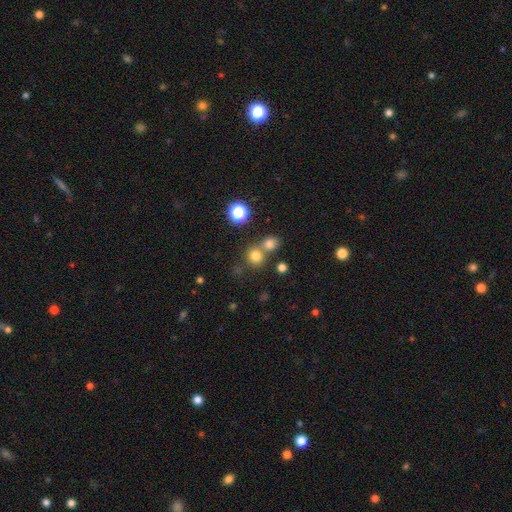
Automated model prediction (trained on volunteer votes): smooth_or_featured: smooth (p=0.75) [alt: star or artifact p=0.18]
how_rounded: round (p=0.88) [alt: in between p=0.11]
merging: none (p=0.59) [alt: merger p=0.31]